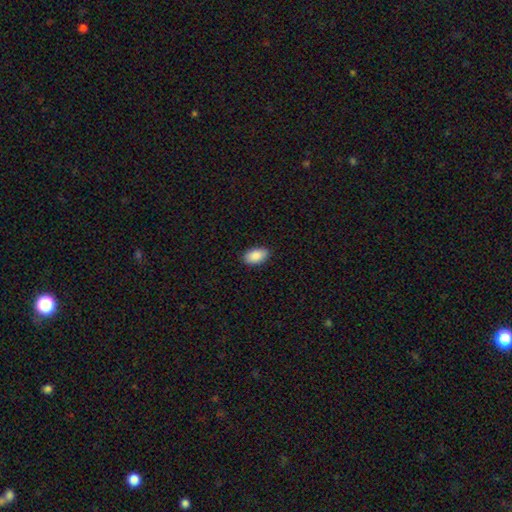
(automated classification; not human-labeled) Smooth or featured? smooth (89%)
How rounded? in between (94%)
Merging? none (88%)